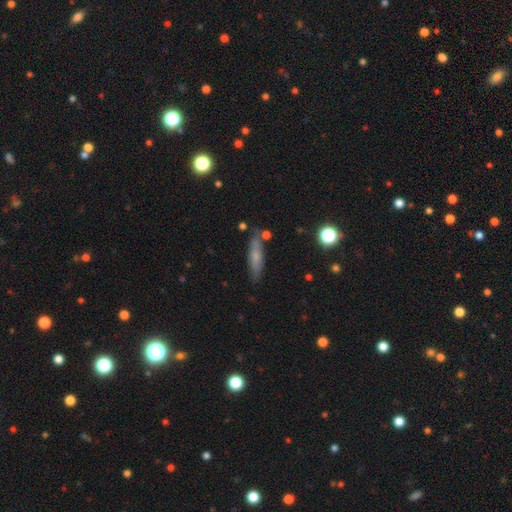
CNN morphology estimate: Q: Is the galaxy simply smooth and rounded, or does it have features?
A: smooth — 62%.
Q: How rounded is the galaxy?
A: cigar-shaped — 74%.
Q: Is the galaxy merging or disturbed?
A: none — 78%.